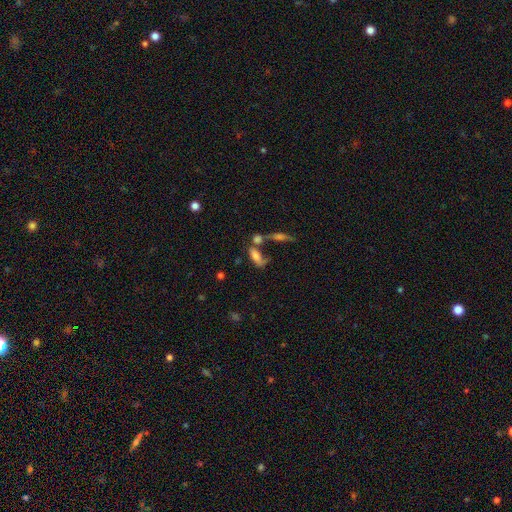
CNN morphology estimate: A smooth galaxy with no disk features (63%) that is in between round and cigar-shaped (74%).

Vote fractions:
- Smooth or featured? smooth: 63% / featured or disk: 25% / star or artifact: 12%
- How rounded? in between: 74% / cigar-shaped: 21% / round: 5%
- Merging? merger: 38% / none: 33% / minor disturbance: 15% / major disturbance: 14%